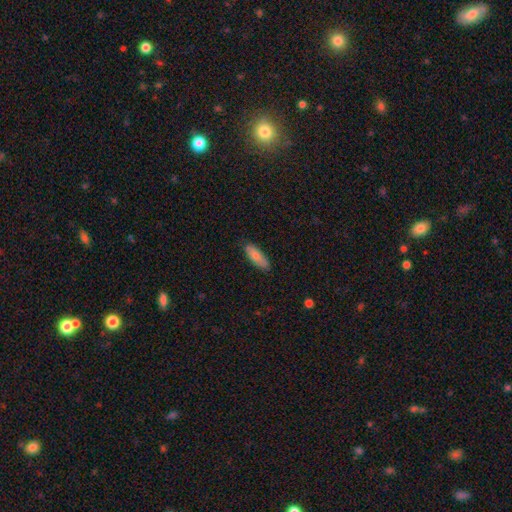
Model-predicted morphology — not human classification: A smooth galaxy with no disk features (80%) that is in between round and cigar-shaped (63%). Merging: none (81%).